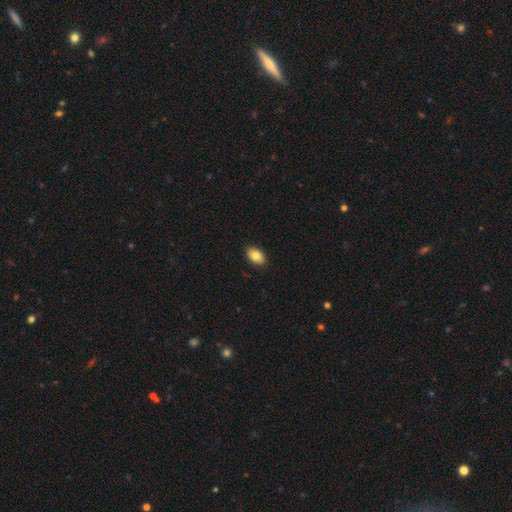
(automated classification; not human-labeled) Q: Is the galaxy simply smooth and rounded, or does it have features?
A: smooth — 83%.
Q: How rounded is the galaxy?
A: in between — 91%.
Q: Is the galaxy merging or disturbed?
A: none — 89%.